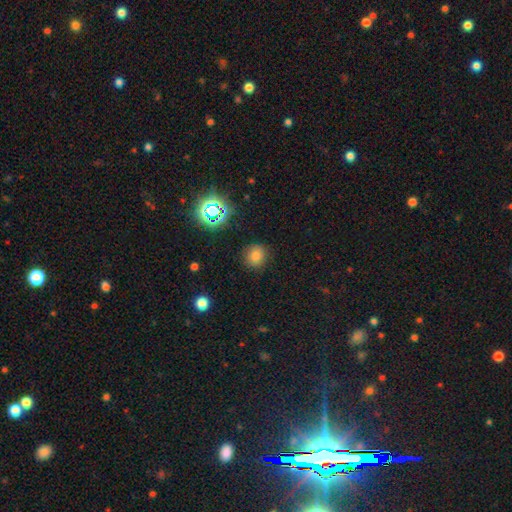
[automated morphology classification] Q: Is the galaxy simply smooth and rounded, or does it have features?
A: smooth — 74%.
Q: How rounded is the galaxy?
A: round — 87%.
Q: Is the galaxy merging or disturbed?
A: none — 87%.